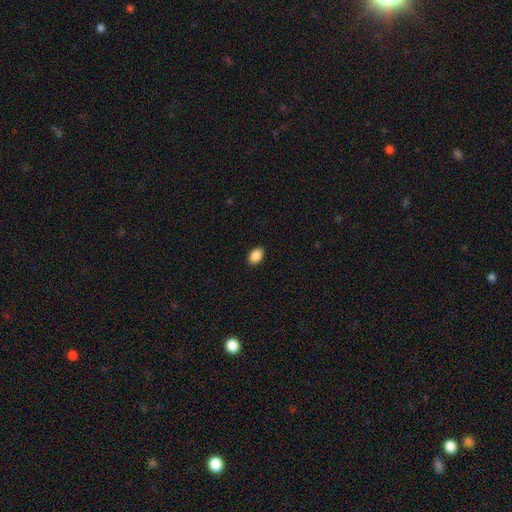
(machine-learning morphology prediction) smooth-or-featured: smooth: 89% | star or artifact: 8% | featured or disk: 3%
  how-rounded: in between: 85% | round: 14% | cigar-shaped: 1%
  merging: none: 89% | minor disturbance: 8% | major disturbance: 2% | merger: 1%